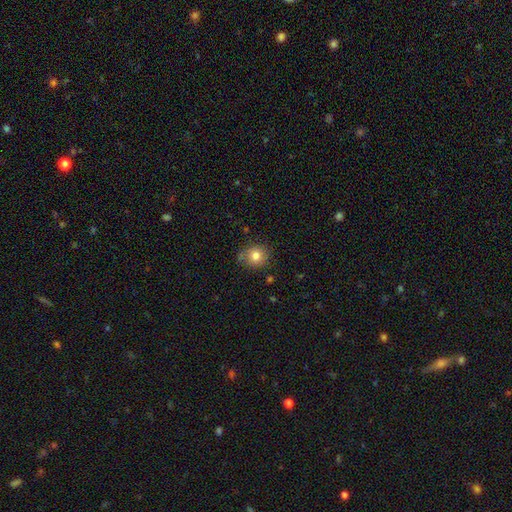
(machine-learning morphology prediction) A smooth galaxy with no disk features (79%) that is round (83%).

Vote fractions:
- Smooth or featured? smooth: 79% / star or artifact: 11% / featured or disk: 10%
- How rounded? round: 83% / in between: 17% / cigar-shaped: 1%
- Merging? none: 75% / minor disturbance: 17% / major disturbance: 4% / merger: 4%